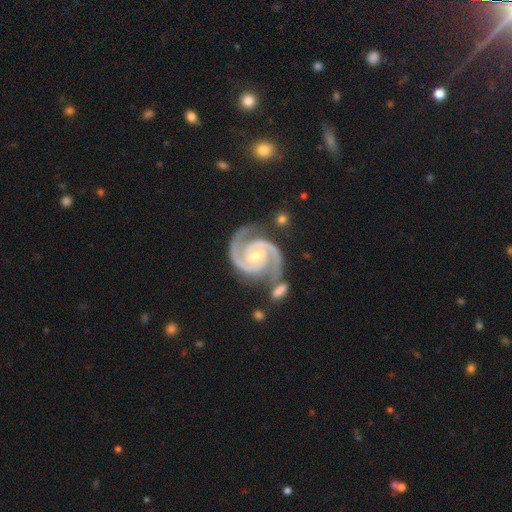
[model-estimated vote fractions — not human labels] Morphology: type=featured or disk (94%); edge-on=no (98%); bar=weak (41%); spiral arms=yes (99%); winding=tight (55%); arm count=2 (92%); bulge=moderate (54%); merging=none (67%).